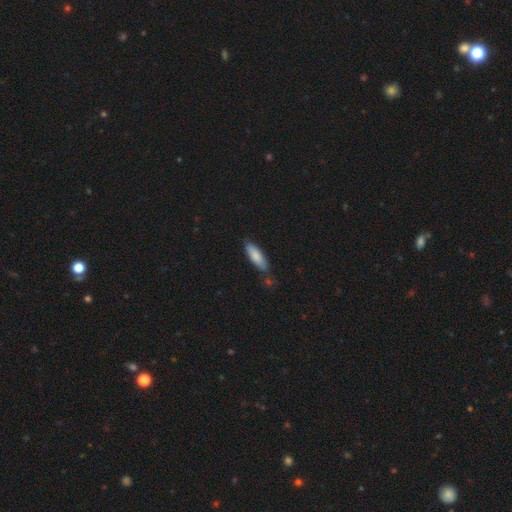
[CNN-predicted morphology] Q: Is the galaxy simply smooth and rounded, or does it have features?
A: smooth — 82%.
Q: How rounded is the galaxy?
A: cigar-shaped — 52%.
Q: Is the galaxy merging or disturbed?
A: none — 75%.